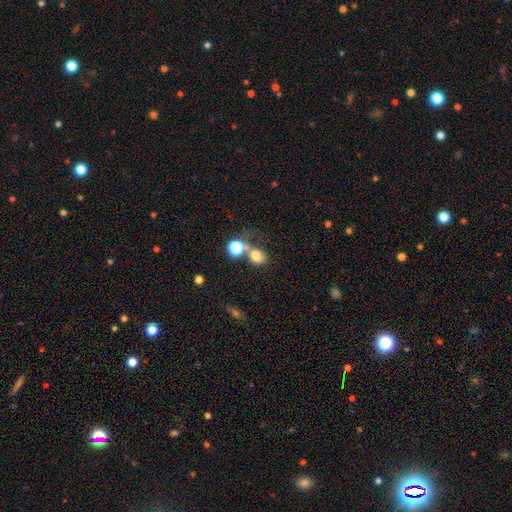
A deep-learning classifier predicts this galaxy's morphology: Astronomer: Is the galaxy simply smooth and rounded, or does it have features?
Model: smooth — 74%.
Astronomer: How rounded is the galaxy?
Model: round — 57% (runner-up: in between, 42%).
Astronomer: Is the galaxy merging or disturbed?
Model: none — 44% (runner-up: merger, 36%).